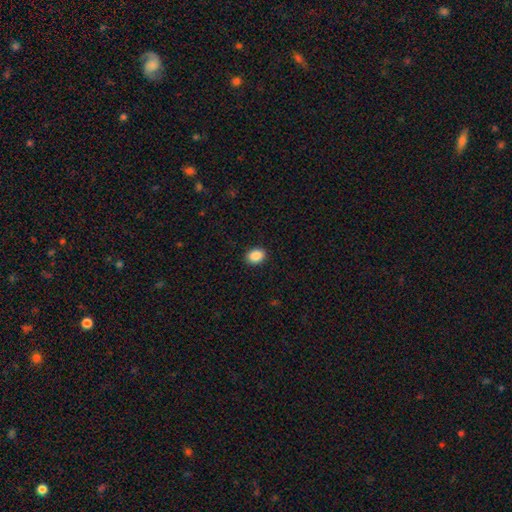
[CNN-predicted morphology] smooth 89%, star or artifact 8%, featured or disk 3%. Down the decision tree: how rounded — in between (65%); merging — none (91%).